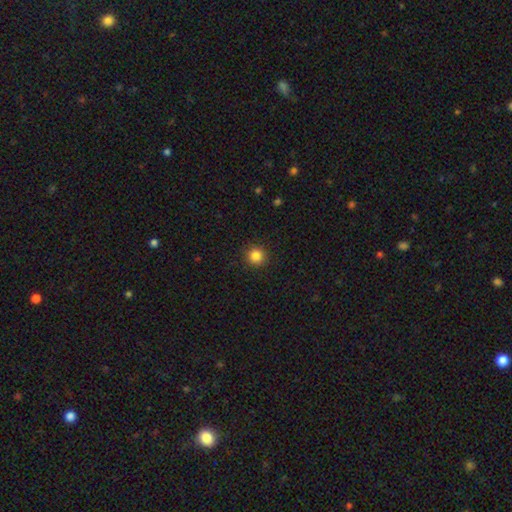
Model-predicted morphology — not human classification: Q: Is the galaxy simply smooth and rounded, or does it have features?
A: smooth — 85%.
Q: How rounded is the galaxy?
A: round — 94%.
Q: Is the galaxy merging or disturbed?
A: none — 92%.